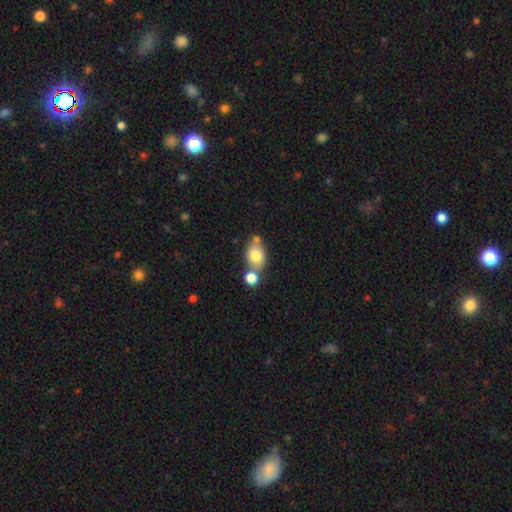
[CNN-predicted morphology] A smooth galaxy with no disk features (74%) that is in between round and cigar-shaped (70%).

Vote fractions:
- Smooth or featured? smooth: 74% / featured or disk: 17% / star or artifact: 9%
- How rounded? in between: 70% / round: 28% / cigar-shaped: 2%
- Merging? none: 52% / merger: 30% / minor disturbance: 13% / major disturbance: 4%